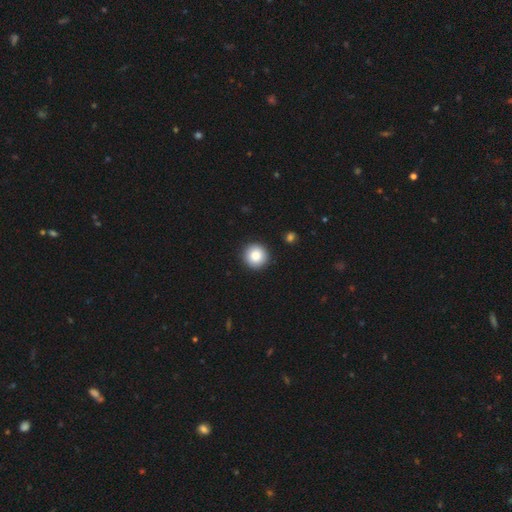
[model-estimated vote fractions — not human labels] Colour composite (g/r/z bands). It shows a smooth galaxy with no disk features (86%) that is round (95%). Merging: none (92%).